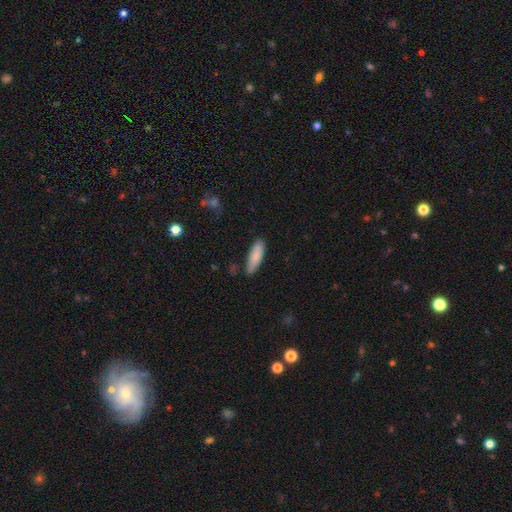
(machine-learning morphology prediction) This is clearly a smooth galaxy (83%). How rounded: possibly cigar-shaped (54%). Merging: clearly none (81%).